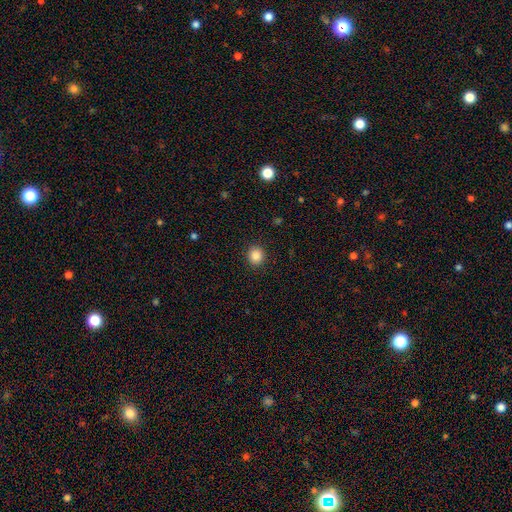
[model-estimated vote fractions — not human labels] Smooth or featured? smooth (86%)
How rounded? round (87%)
Merging? none (91%)